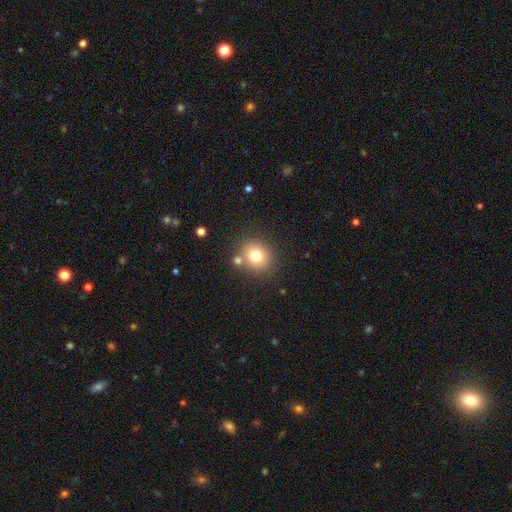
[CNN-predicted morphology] type=smooth (77%); roundness=round (81%); merging=none (73%).